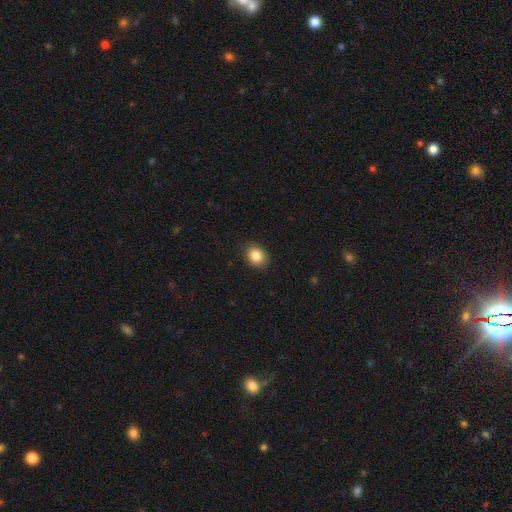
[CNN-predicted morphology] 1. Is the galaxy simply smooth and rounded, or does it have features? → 86% smooth, 9% star or artifact, 5% featured or disk.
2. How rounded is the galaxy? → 52% round, 47% in between, 1% cigar-shaped.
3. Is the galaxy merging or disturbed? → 89% none, 8% minor disturbance, 2% major disturbance, 1% merger.